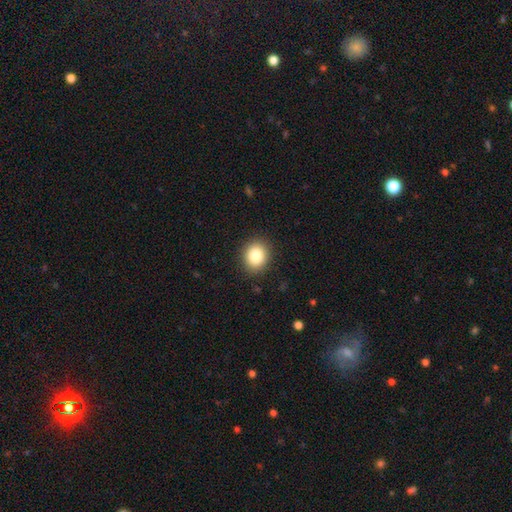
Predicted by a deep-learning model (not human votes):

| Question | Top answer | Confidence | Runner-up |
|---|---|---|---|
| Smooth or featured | smooth | 85% | star or artifact (9%) |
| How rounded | round | 70% | in between (29%) |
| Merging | none | 89% | minor disturbance (7%) |